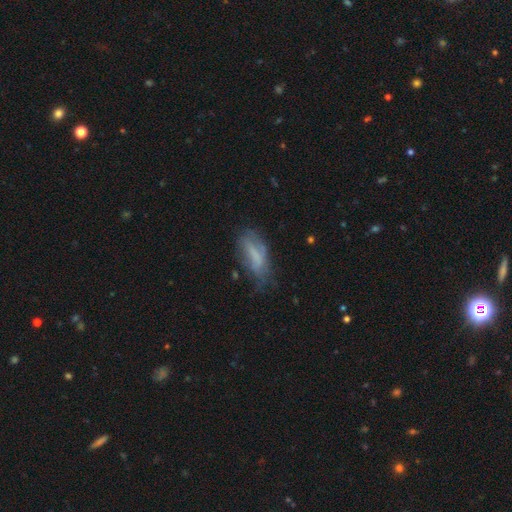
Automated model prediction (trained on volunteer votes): smooth 58%, featured or disk 31%, star or artifact 11%. Down the decision tree: how rounded — in between (69%); merging — none (44%).